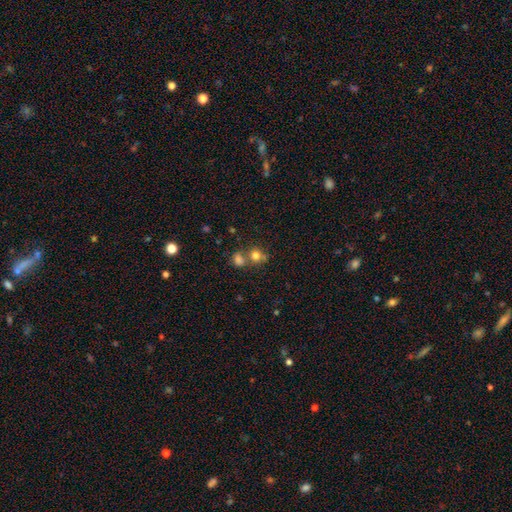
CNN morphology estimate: Smooth or featured: smooth — 76% (star or artifact — 14%)
How rounded: round — 74% (in between — 25%)
Merging: none — 44% (merger — 41%)